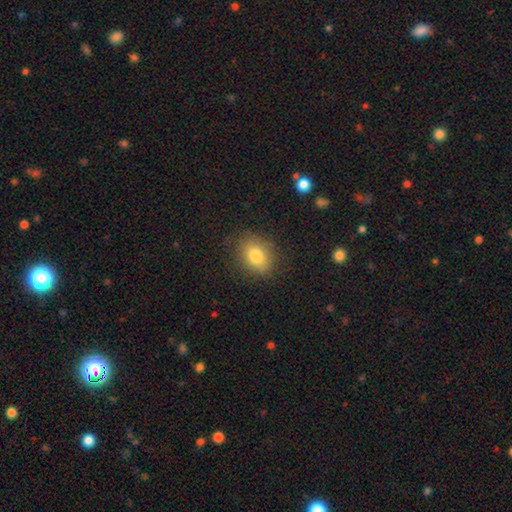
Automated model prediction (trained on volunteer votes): smooth_or_featured: smooth (p=0.82) [alt: featured or disk p=0.09]
how_rounded: in between (p=0.62) [alt: round p=0.36]
merging: none (p=0.81) [alt: minor disturbance p=0.13]